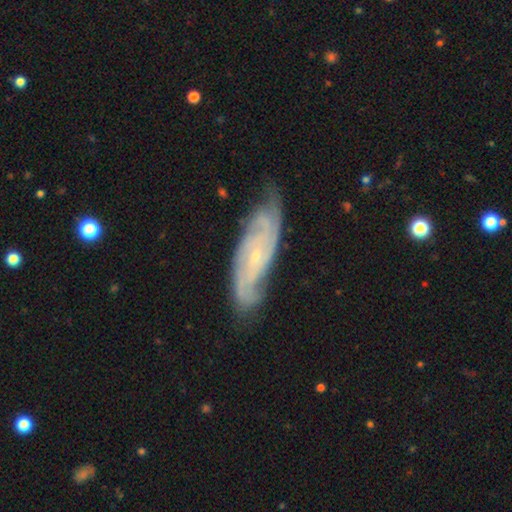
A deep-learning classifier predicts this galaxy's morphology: A featured or disk galaxy (87%) with no bar (63%), 2 (29%) tight (64%) spiral arms (97%) and a small central bulge (82%). Merging: none (74%).